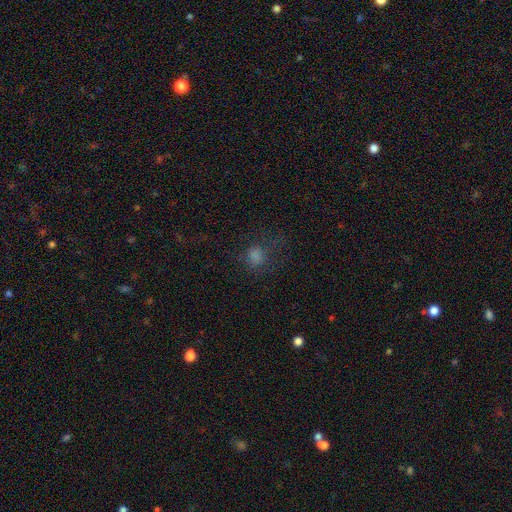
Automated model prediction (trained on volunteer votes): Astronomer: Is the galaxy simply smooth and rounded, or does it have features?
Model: smooth — 63%.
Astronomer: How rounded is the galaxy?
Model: round — 78%.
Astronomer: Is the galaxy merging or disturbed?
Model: none — 62%.